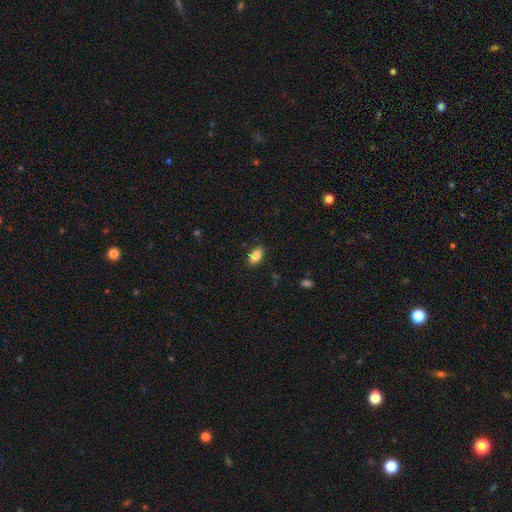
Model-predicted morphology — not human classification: Smooth or featured?
  - smooth: 84% *
  - star or artifact: 8%
  - featured or disk: 8%
How rounded?
  - in between: 90% *
  - cigar-shaped: 6%
  - round: 4%
Merging?
  - none: 86% *
  - minor disturbance: 10%
  - major disturbance: 2%
  - merger: 1%